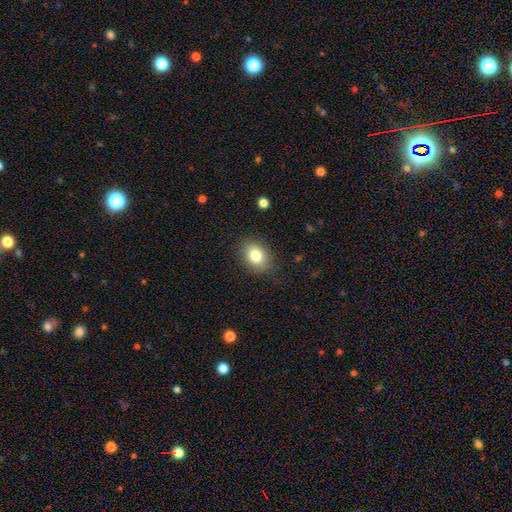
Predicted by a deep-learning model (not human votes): Q: Smooth or featured?
A: smooth (81%); runner-up: star or artifact (10%)
Q: How rounded?
A: in between (66%); runner-up: round (33%)
Q: Merging?
A: none (83%); runner-up: minor disturbance (12%)